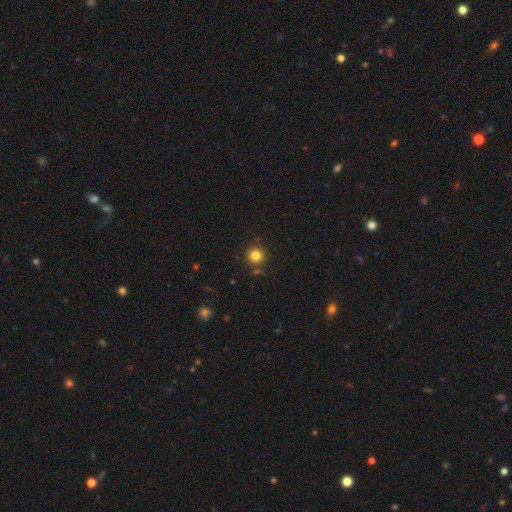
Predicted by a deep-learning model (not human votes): A smooth galaxy with no disk features (82%) that is round (95%). Merging: none (86%).